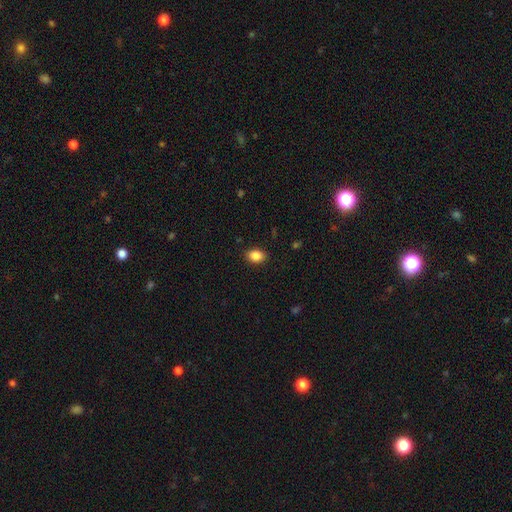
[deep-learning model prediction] This is clearly a smooth galaxy (87%). How rounded: likely in between (76%). Merging: clearly none (88%).